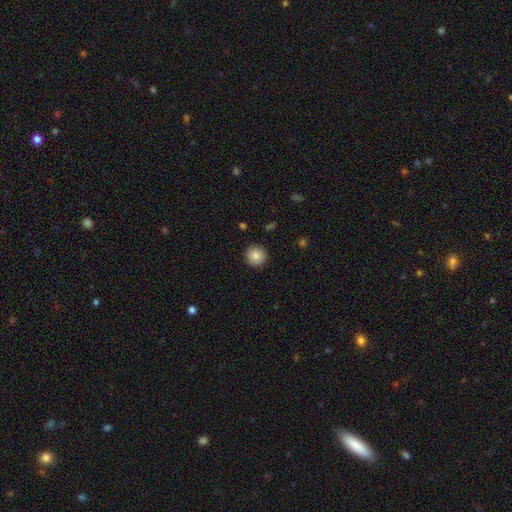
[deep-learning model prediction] A smooth galaxy with no disk features (83%) that is round (95%). Merging: none (91%).